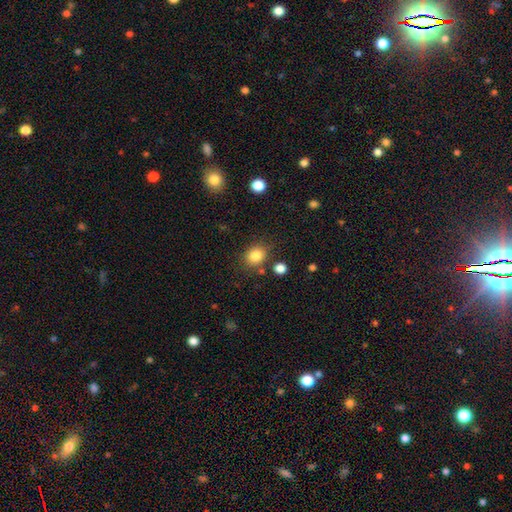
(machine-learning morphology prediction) Smooth or featured? smooth (84%)
How rounded? round (63%)
Merging? none (78%)